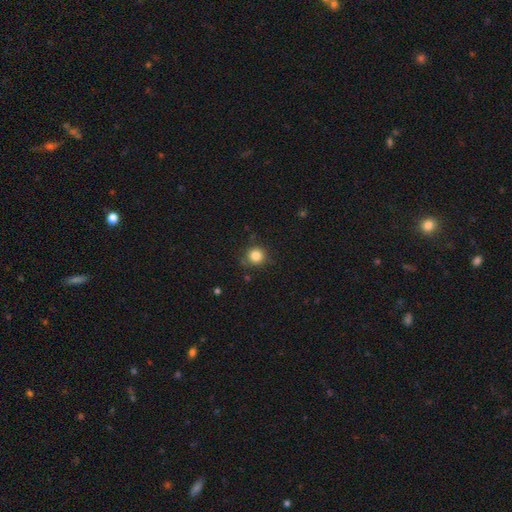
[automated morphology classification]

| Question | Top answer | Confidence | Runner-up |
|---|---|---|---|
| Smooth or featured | smooth | 83% | star or artifact (12%) |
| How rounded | round | 92% | in between (7%) |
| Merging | none | 83% | minor disturbance (12%) |